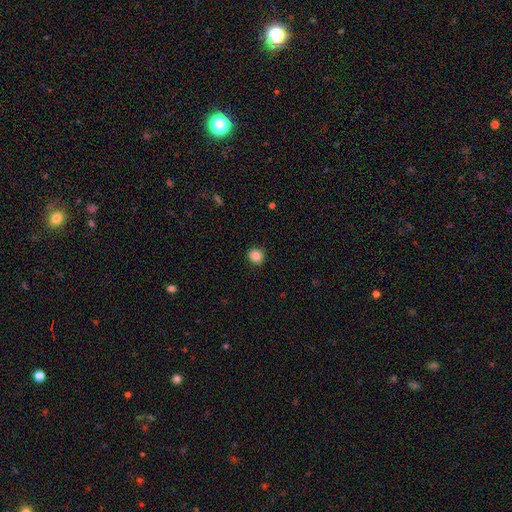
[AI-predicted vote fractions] Smooth or featured? Predicted: smooth (p=0.86). How rounded? Predicted: round (p=0.88). Merging? Predicted: none (p=0.92).